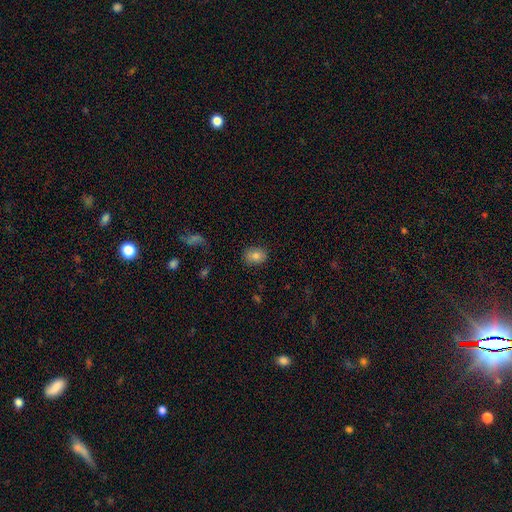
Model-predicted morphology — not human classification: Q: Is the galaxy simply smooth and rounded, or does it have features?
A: smooth — 81%.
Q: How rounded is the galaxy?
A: round — 50%.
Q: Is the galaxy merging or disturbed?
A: none — 83%.